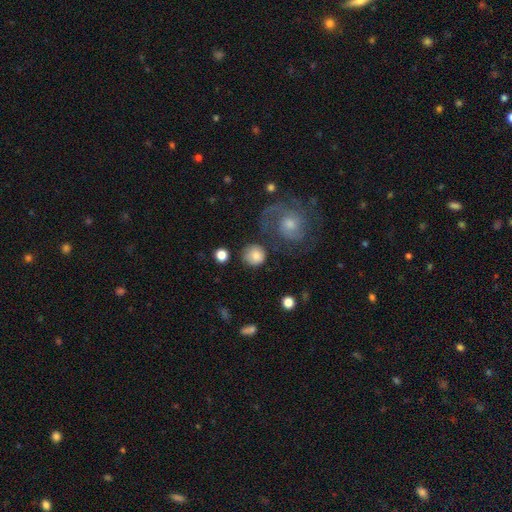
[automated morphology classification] Smooth or featured?
  - smooth: 79% *
  - featured or disk: 14%
  - star or artifact: 8%
How rounded?
  - round: 90% *
  - in between: 9%
  - cigar-shaped: 1%
Merging?
  - none: 72% *
  - minor disturbance: 13%
  - major disturbance: 8%
  - merger: 7%